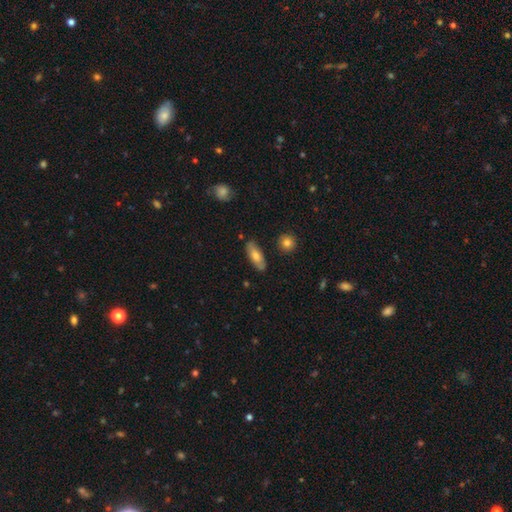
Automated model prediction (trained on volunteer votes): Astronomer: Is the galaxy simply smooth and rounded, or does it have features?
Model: smooth — 66%.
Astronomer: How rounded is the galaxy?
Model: in between — 71%.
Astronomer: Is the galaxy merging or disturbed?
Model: none — 81%.